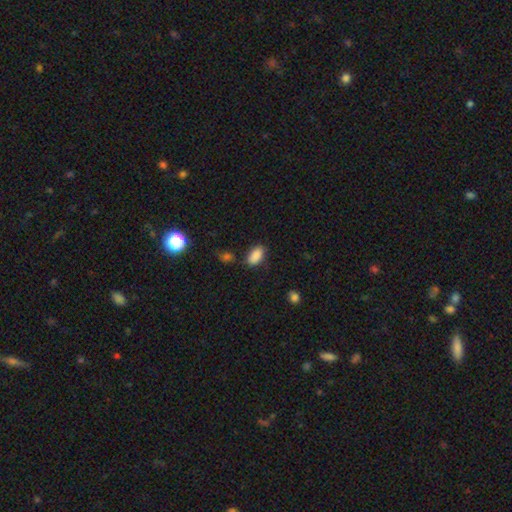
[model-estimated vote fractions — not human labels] smooth-or-featured: smooth: 87% | star or artifact: 9% | featured or disk: 4%
  how-rounded: in between: 92% | round: 4% | cigar-shaped: 3%
  merging: none: 80% | minor disturbance: 14% | merger: 4% | major disturbance: 3%